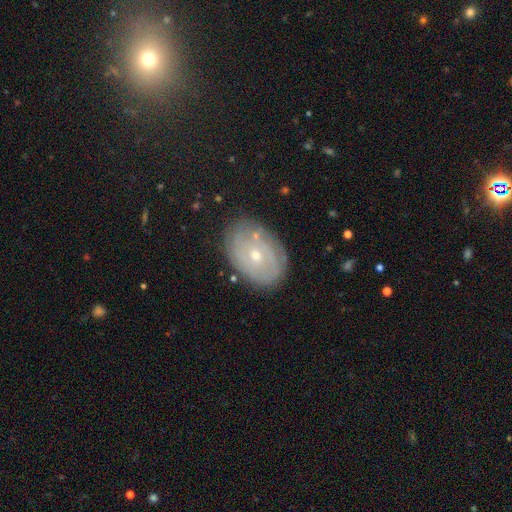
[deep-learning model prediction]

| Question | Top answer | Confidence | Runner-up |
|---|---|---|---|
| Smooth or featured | featured or disk | 65% | smooth (27%) |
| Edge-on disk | no | 95% | yes (5%) |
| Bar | no | 79% | weak (17%) |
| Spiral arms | yes | 68% | no (32%) |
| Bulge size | small | 64% | moderate (33%) |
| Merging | none | 78% | minor disturbance (16%) |